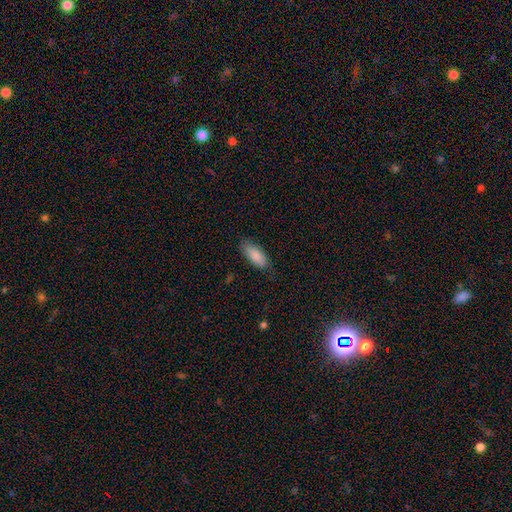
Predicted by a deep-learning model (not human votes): smooth 87%, featured or disk 7%, star or artifact 6%. Down the decision tree: how rounded — in between (81%); merging — none (78%).